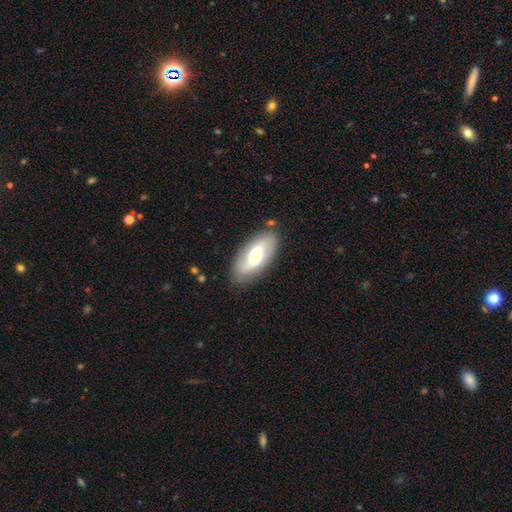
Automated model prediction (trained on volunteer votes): A smooth galaxy with no disk features (47%, tied with featured or disk). Merging: none (80%).